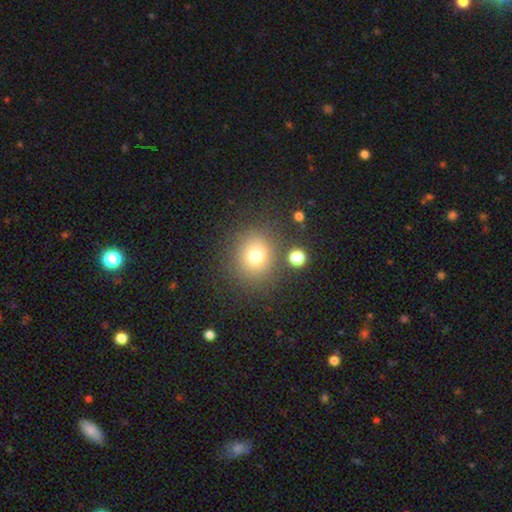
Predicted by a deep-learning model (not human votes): Morphology: type=smooth (75%); roundness=round (84%); merging=none (80%).